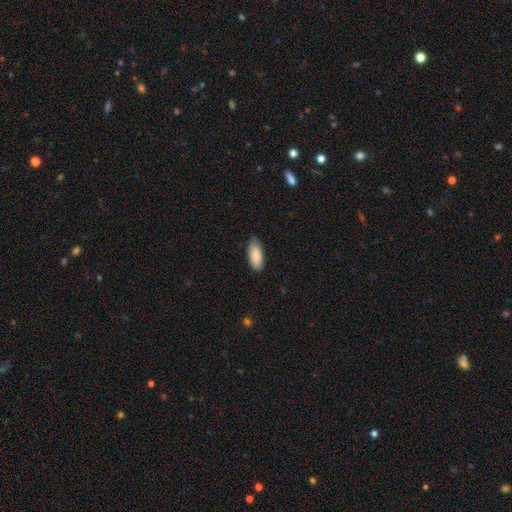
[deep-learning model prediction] Smooth or featured? smooth (90%)
How rounded? in between (86%)
Merging? none (79%)